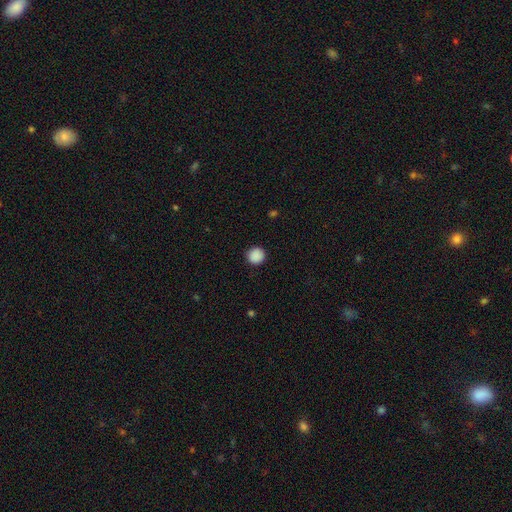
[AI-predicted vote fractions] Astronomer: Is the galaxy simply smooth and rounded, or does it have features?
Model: smooth — 89%.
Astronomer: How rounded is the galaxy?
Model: round — 95%.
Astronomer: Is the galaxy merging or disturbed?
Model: none — 91%.